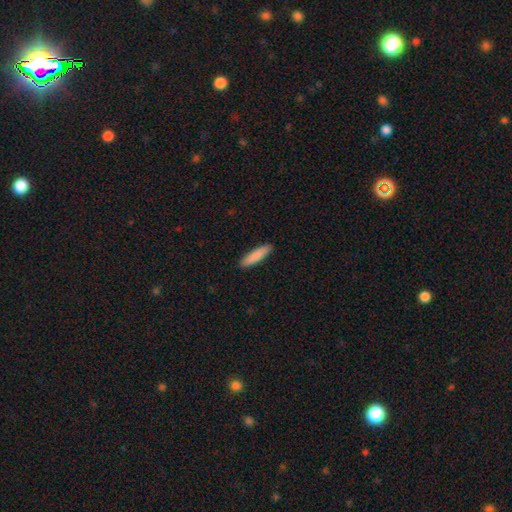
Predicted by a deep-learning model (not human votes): smooth_or_featured: smooth (p=0.87) [alt: featured or disk p=0.08]
how_rounded: cigar-shaped (p=0.78) [alt: in between p=0.20]
merging: none (p=0.91) [alt: minor disturbance p=0.06]